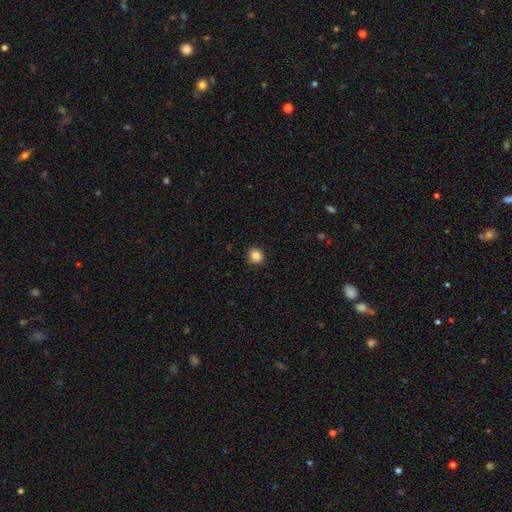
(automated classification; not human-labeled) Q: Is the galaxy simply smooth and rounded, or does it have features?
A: smooth — 85%.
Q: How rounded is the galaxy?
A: round — 88%.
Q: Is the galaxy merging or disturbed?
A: none — 92%.